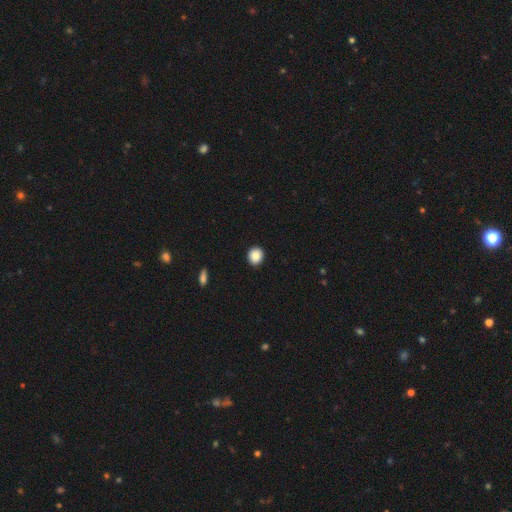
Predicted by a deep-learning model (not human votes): Smooth or featured?
  - smooth: 86% *
  - star or artifact: 9%
  - featured or disk: 6%
How rounded?
  - round: 81% *
  - in between: 18%
  - cigar-shaped: 1%
Merging?
  - none: 92% *
  - minor disturbance: 6%
  - major disturbance: 1%
  - merger: 1%